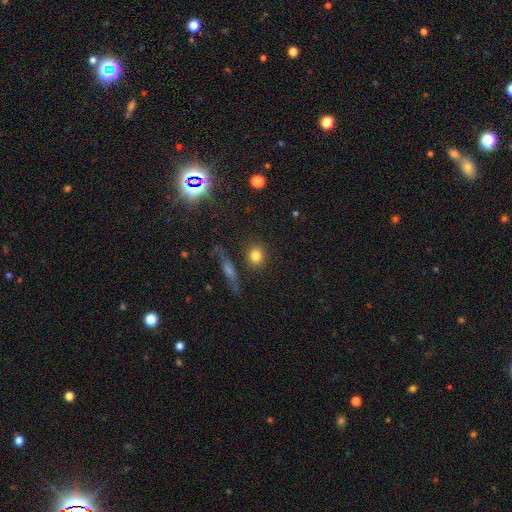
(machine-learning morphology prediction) A smooth galaxy with no disk features (80%) that is round (81%). Merging: none (84%).